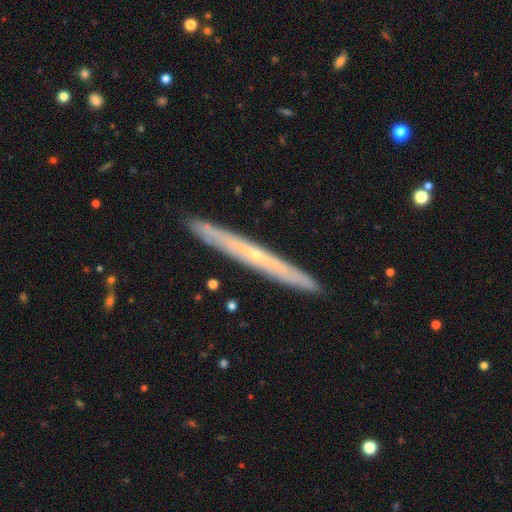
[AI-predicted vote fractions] A featured or disk galaxy (67%) viewed edge-on (95%) with no central bulge (60%).

Vote fractions:
- Smooth or featured? featured or disk: 67% / smooth: 27% / star or artifact: 6%
- Edge-on disk? yes: 95% / no: 5%
- Edge-on bulge? none: 60% / rounded: 38% / boxy: 2%
- Merging? none: 92% / minor disturbance: 6% / major disturbance: 1% / merger: 1%